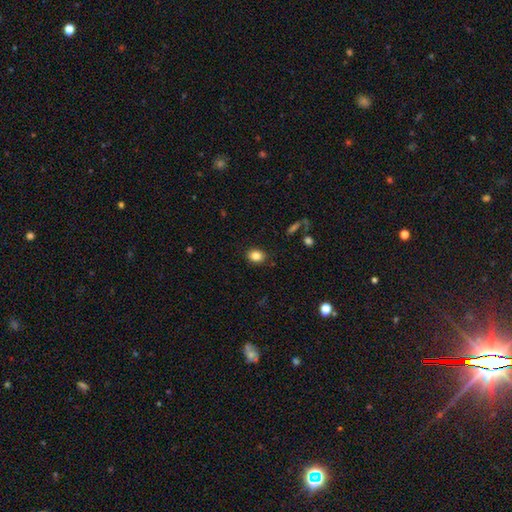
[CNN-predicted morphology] type=smooth (84%); roundness=in between (58%); merging=none (87%).